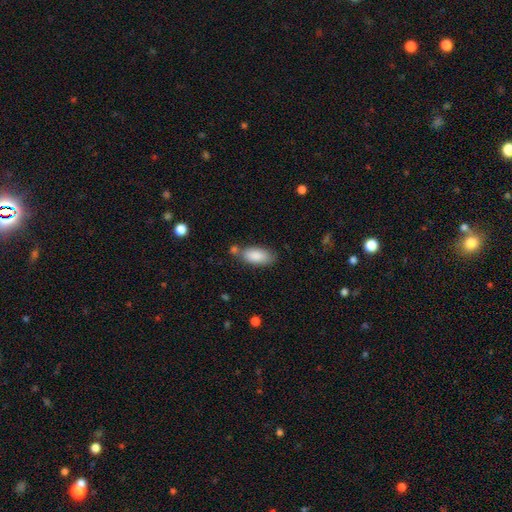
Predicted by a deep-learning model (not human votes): Overall: smooth (87%). How rounded: in between (90%). Merging: none (60%).